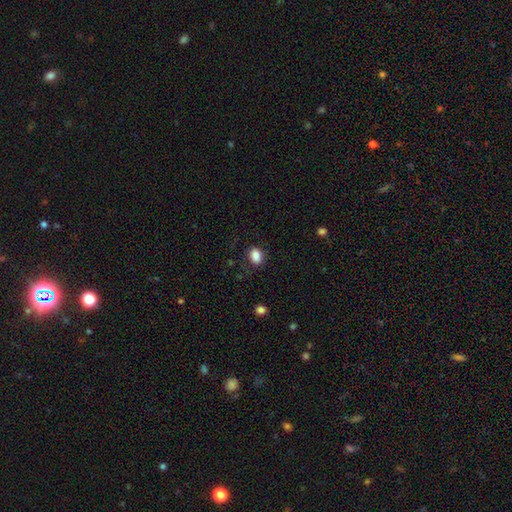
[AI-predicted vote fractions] smooth_or_featured: smooth (p=0.87) [alt: star or artifact p=0.09]
how_rounded: in between (p=0.74) [alt: round p=0.25]
merging: none (p=0.77) [alt: minor disturbance p=0.16]